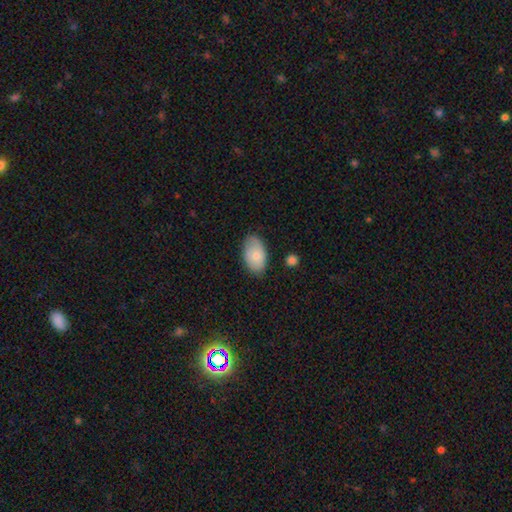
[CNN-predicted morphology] smooth_or_featured: smooth (p=0.78) [alt: featured or disk p=0.16]
how_rounded: in between (p=0.92) [alt: round p=0.06]
merging: none (p=0.77) [alt: minor disturbance p=0.18]